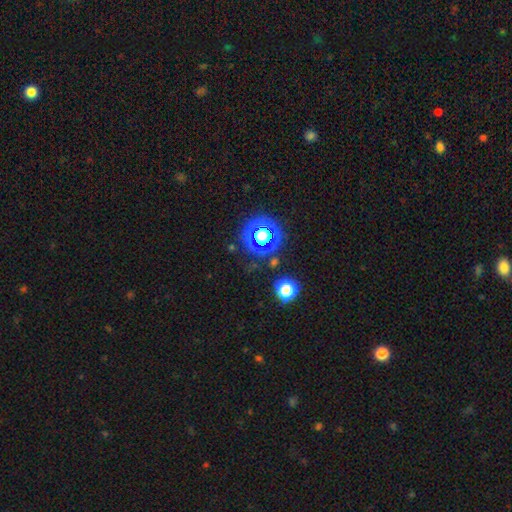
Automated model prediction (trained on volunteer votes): Smooth or featured: star or artifact — 77% (smooth — 17%)